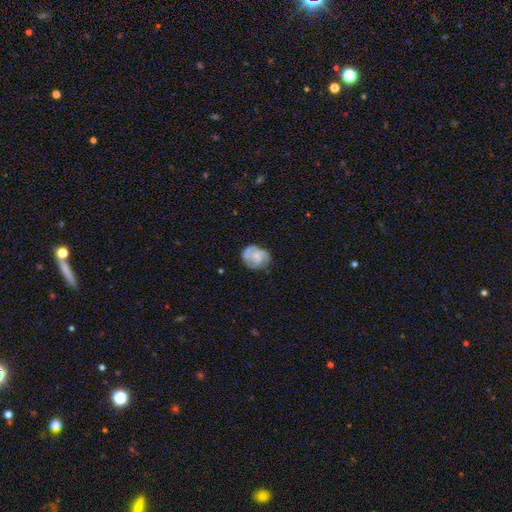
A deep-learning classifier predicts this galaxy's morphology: type=smooth (46%, tied with featured or disk); merging=none (55%).